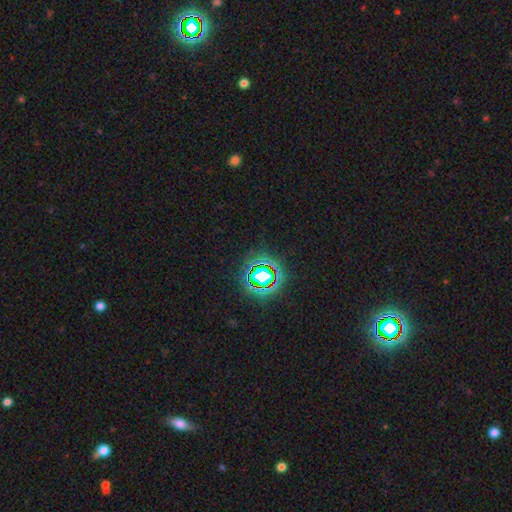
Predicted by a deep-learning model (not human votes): smooth-or-featured: star or artifact: 79% | smooth: 14% | featured or disk: 7%